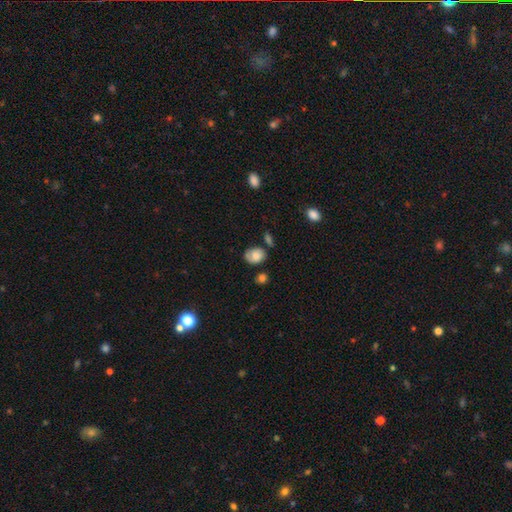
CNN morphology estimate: The model was most divided on "how rounded": in between: 64%, round: 35%, cigar-shaped: 1%. More confident: smooth or featured — smooth (77%); merging — none (58%).